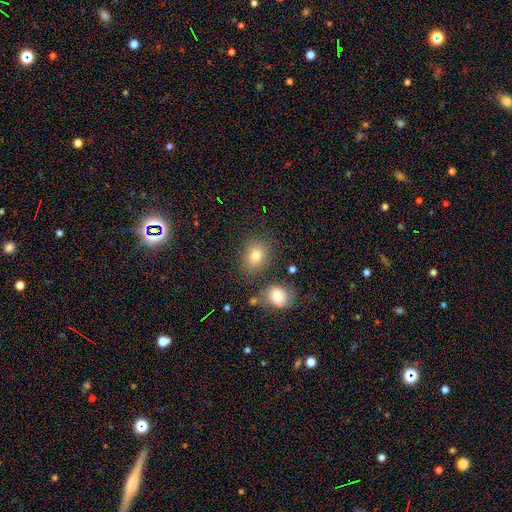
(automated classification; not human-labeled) A smooth galaxy with no disk features (79%) that is in between round and cigar-shaped (50%).

Vote fractions:
- Smooth or featured? smooth: 79% / star or artifact: 12% / featured or disk: 9%
- How rounded? in between: 50% / round: 48% / cigar-shaped: 1%
- Merging? none: 75% / minor disturbance: 13% / merger: 7% / major disturbance: 5%